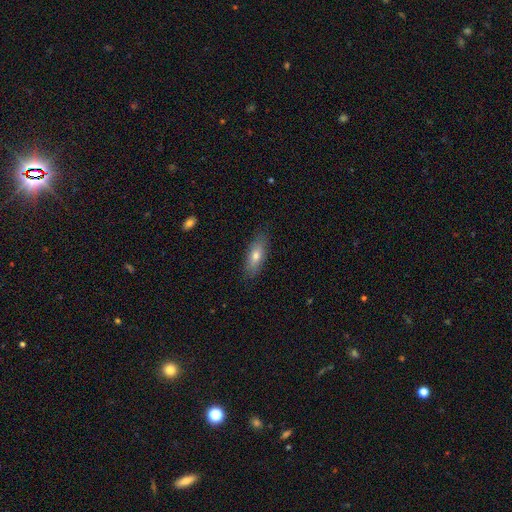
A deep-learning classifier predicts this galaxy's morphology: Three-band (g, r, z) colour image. It shows a smooth galaxy with no disk features (69%) that is in between round and cigar-shaped (64%). Merging: none (85%).